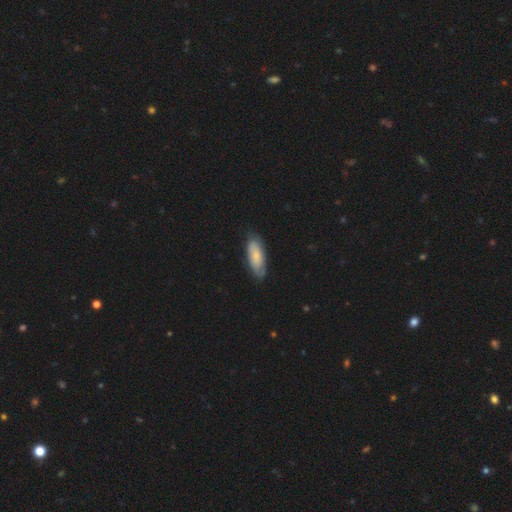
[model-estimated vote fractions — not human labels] smooth 64%, featured or disk 30%, star or artifact 6%. Down the decision tree: how rounded — in between (72%); merging — none (73%).